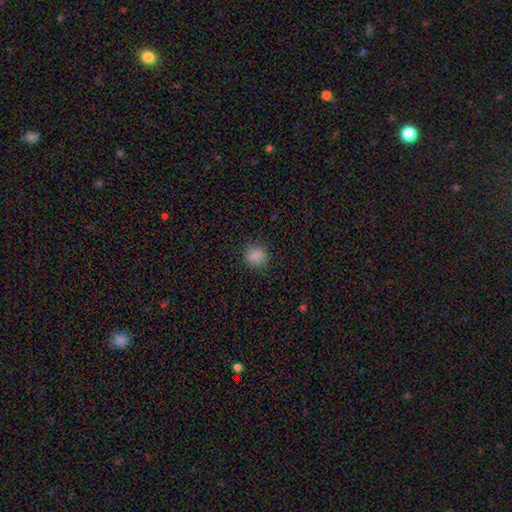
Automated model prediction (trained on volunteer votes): Morphology: type=smooth (85%); roundness=round (81%); merging=none (86%).